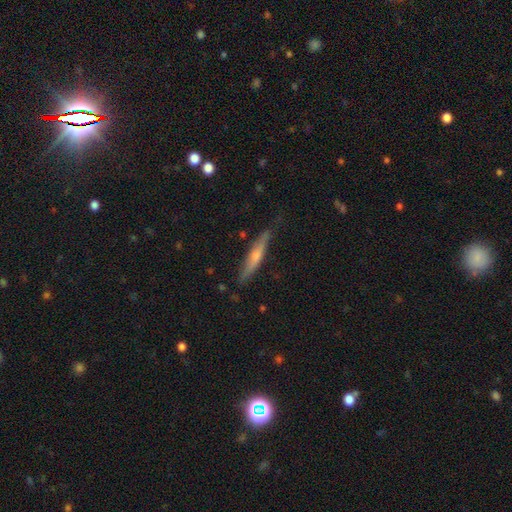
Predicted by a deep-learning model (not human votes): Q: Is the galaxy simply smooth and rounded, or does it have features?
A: featured or disk — 57%.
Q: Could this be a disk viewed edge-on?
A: yes — 94%.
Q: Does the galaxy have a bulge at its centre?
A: rounded — 66%.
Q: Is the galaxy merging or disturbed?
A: none — 80%.